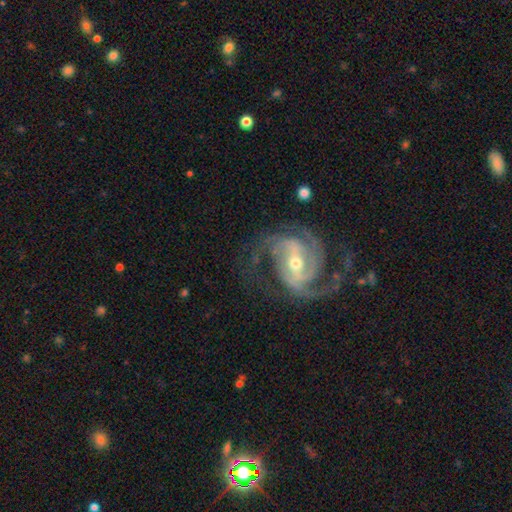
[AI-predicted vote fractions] smooth_or_featured: featured or disk (p=0.90) [alt: star or artifact p=0.07]
disk_edge_on: no (p=0.97) [alt: yes p=0.03]
bar: strong (p=0.43) [alt: weak p=0.37]
has_spiral_arms: yes (p=0.98) [alt: no p=0.02]
spiral_winding: medium (p=0.53) [alt: tight p=0.31]
spiral_arm_count: 2 (p=0.64) [alt: 3 p=0.16]
bulge_size: small (p=0.55) [alt: moderate p=0.41]
merging: none (p=0.70) [alt: minor disturbance p=0.15]